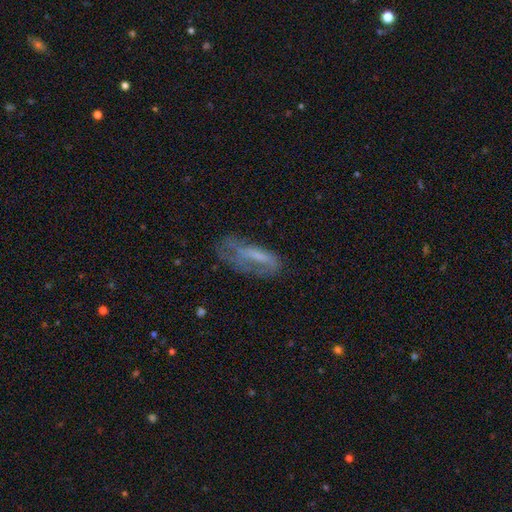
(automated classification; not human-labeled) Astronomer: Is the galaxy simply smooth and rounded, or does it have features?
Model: smooth — 47% (runner-up: featured or disk, 43%).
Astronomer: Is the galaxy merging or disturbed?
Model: none — 41% (runner-up: major disturbance, 29%).